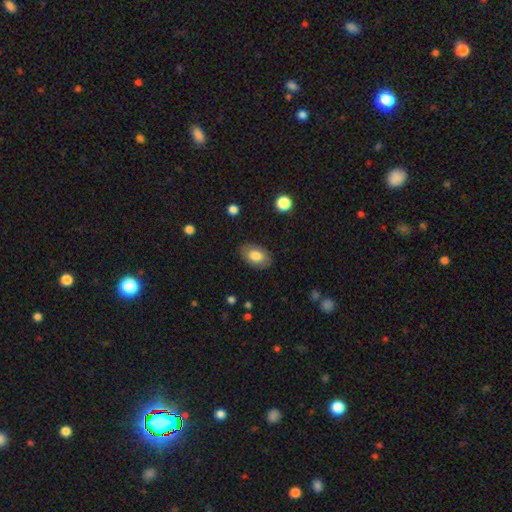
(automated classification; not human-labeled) A smooth galaxy with no disk features (76%) that is in between round and cigar-shaped (90%).

Vote fractions:
- Smooth or featured? smooth: 76% / featured or disk: 17% / star or artifact: 7%
- How rounded? in between: 90% / round: 8% / cigar-shaped: 1%
- Merging? none: 84% / minor disturbance: 12% / major disturbance: 3% / merger: 1%